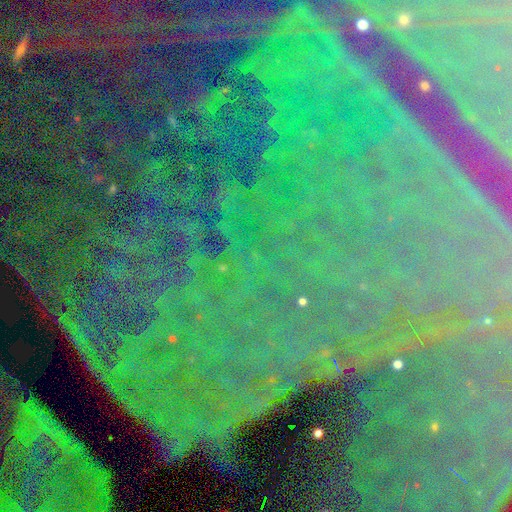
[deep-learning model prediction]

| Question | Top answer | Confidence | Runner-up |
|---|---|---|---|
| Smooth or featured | star or artifact | 83% | featured or disk (9%) |